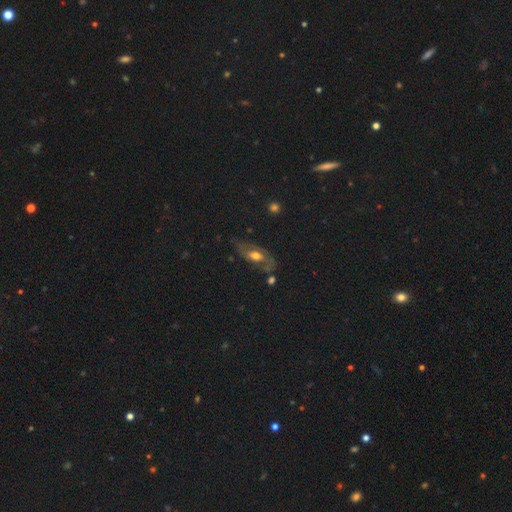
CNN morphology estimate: This is possibly a featured or disk galaxy (55%). It is likely not viewed edge-on (78%). Merging: possibly none (58%).